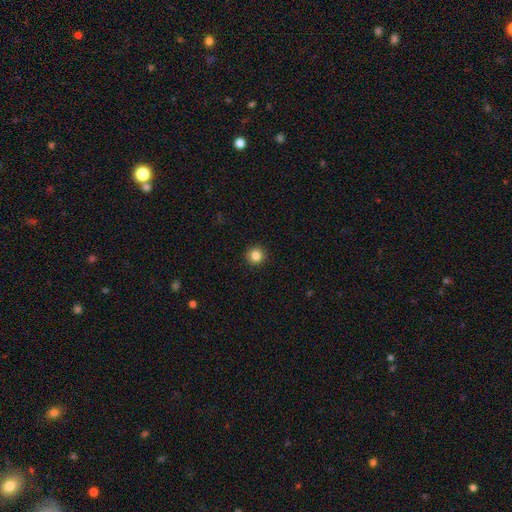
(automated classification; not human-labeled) Smooth or featured? smooth (85%)
How rounded? round (95%)
Merging? none (93%)